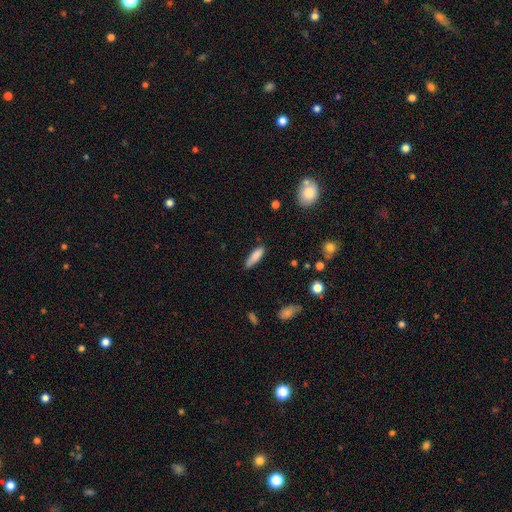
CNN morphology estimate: Smooth or featured? Predicted: smooth (p=0.84). How rounded? Predicted: cigar-shaped (p=0.55). Merging? Predicted: none (p=0.73).